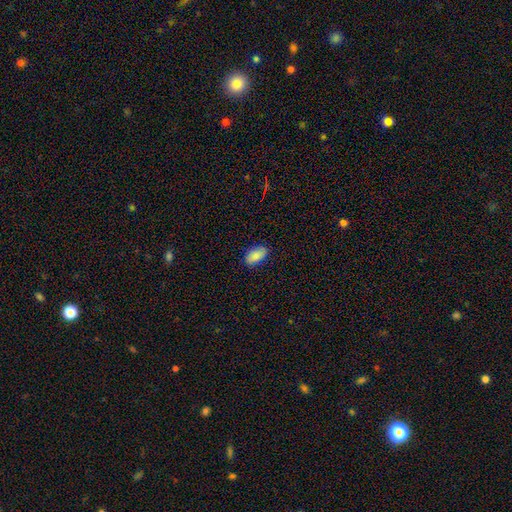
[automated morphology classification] type=smooth (87%); roundness=in between (94%); merging=none (86%).